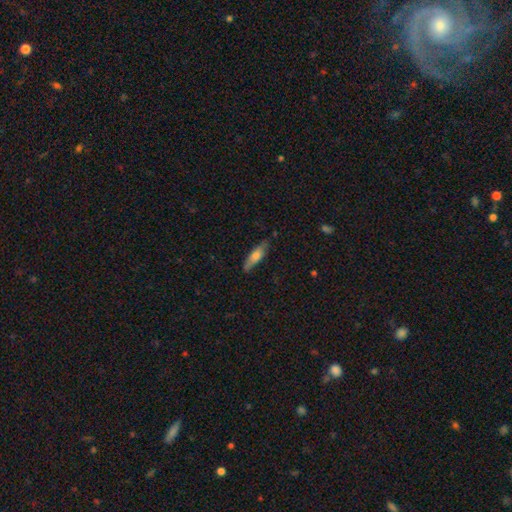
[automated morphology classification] smooth 61%, featured or disk 33%, star or artifact 6%. Down the decision tree: how rounded — cigar-shaped (65%); merging — none (79%).